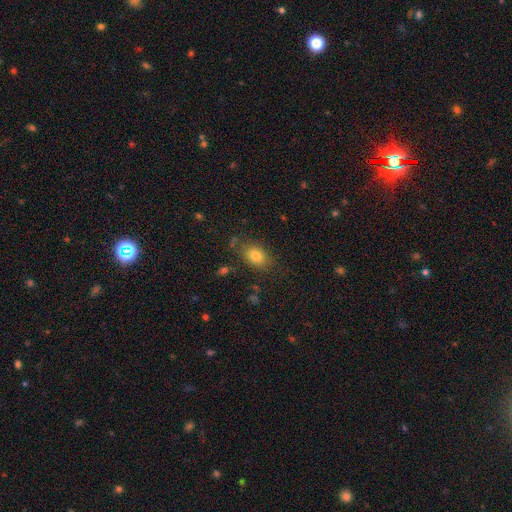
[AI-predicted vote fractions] Overall: smooth (80%). How rounded: in between (76%). Merging: none (78%).